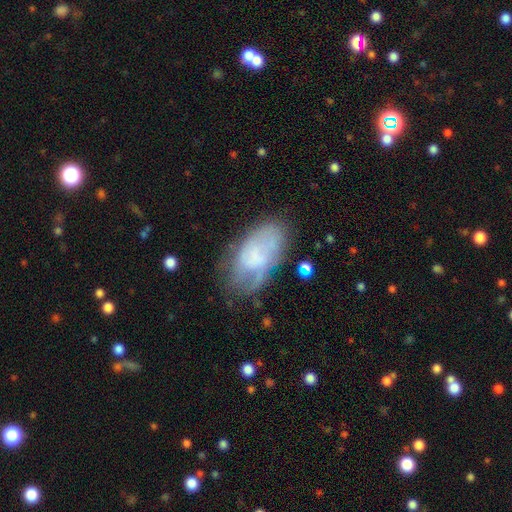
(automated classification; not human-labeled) A smooth galaxy with no disk features (49%).

Vote fractions:
- Smooth or featured? smooth: 49% / featured or disk: 43% / star or artifact: 9%
- Merging? none: 50% / minor disturbance: 29% / major disturbance: 17% / merger: 5%